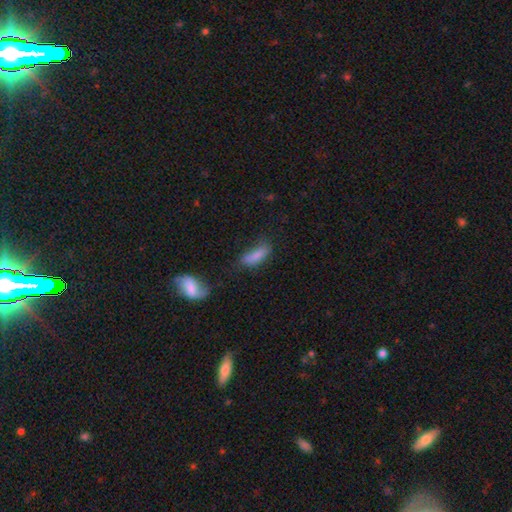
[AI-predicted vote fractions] Smooth or featured: smooth — 79% (featured or disk — 12%)
How rounded: in between — 62% (cigar-shaped — 35%)
Merging: none — 46% (minor disturbance — 30%)